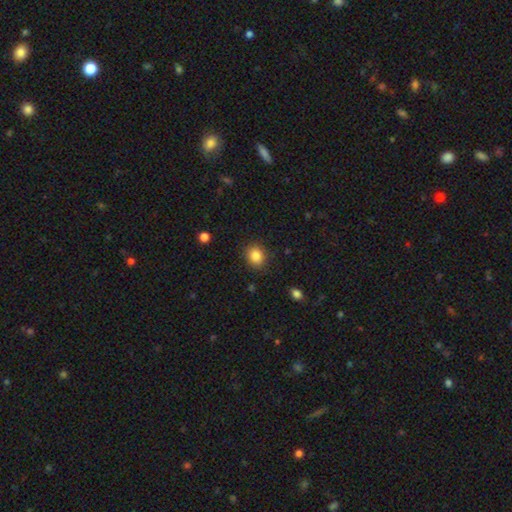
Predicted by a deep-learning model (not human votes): The model was most divided on "how rounded": round: 69%, in between: 30%, cigar-shaped: 1%. More confident: merging — none (87%); smooth or featured — smooth (86%).